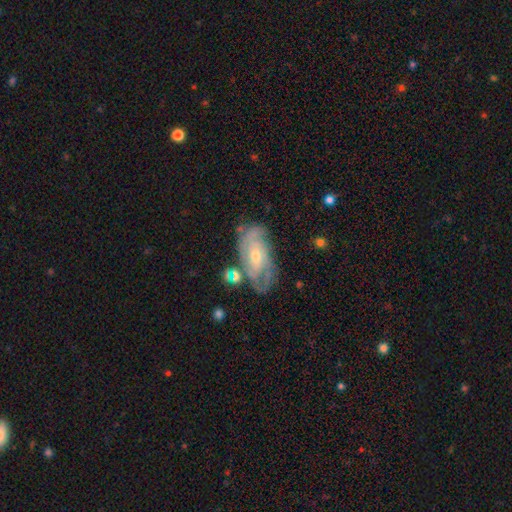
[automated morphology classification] This appears to be a featured or disk galaxy (78%) with no bar (65%), tight (56%) spiral arms (90%) and a small central bulge (60%). Merging: none (60%).